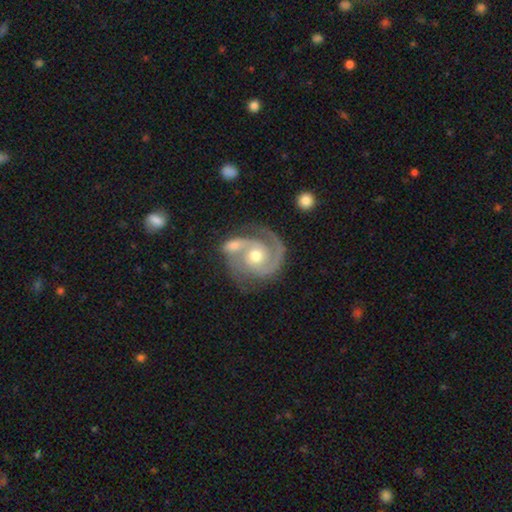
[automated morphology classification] This appears to be a featured or disk galaxy (90%) with no bar (71%), 2 (80%) tight (54%) spiral arms (98%) and a moderate central bulge (72%). Merging: none (50%).